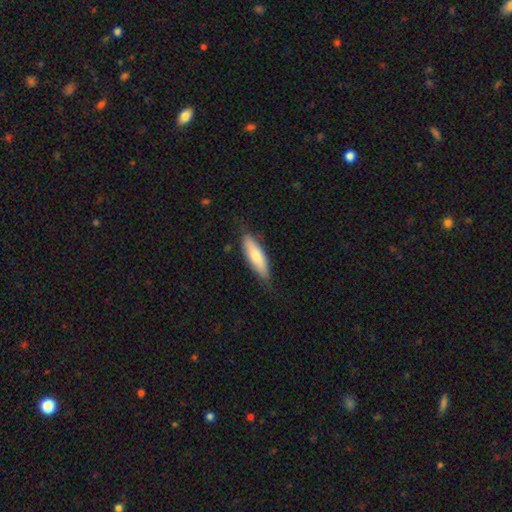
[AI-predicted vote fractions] Smooth or featured? smooth (70%)
How rounded? cigar-shaped (53%)
Merging? none (78%)